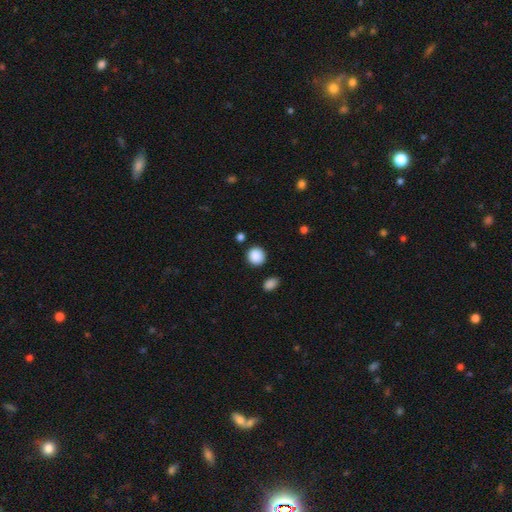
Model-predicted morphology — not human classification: smooth_or_featured: smooth (p=0.89) [alt: star or artifact p=0.08]
how_rounded: round (p=0.90) [alt: in between p=0.09]
merging: none (p=0.87) [alt: minor disturbance p=0.07]